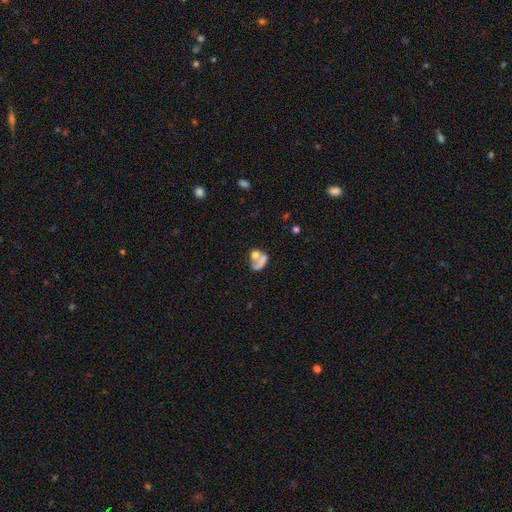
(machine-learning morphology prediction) Smooth or featured: smooth — 55% (featured or disk — 33%)
How rounded: in between — 51% (round — 46%)
Merging: merger — 44% (none — 26%)